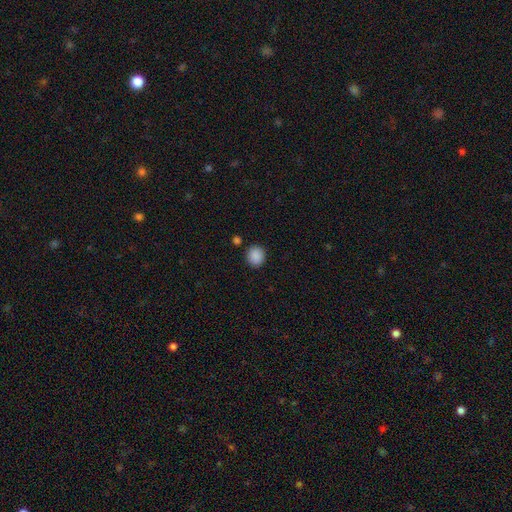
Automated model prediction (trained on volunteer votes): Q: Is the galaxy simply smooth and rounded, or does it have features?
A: smooth — 89%.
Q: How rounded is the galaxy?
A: round — 83%.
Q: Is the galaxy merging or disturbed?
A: none — 87%.